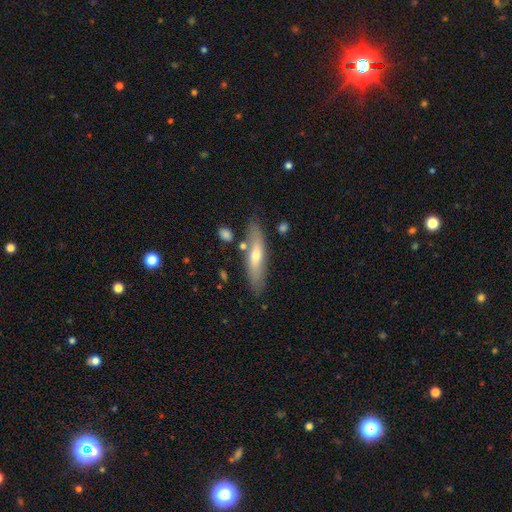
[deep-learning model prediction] This is possibly a smooth galaxy (47%). Merging: clearly none (80%).